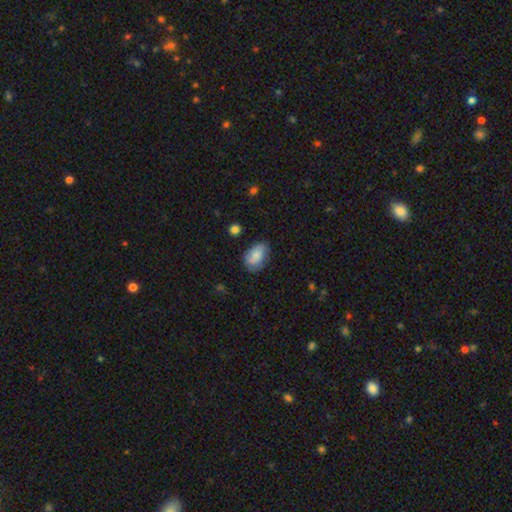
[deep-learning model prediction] Smooth or featured? Predicted: smooth (p=0.73). How rounded? Predicted: in between (p=0.86). Merging? Predicted: none (p=0.67).